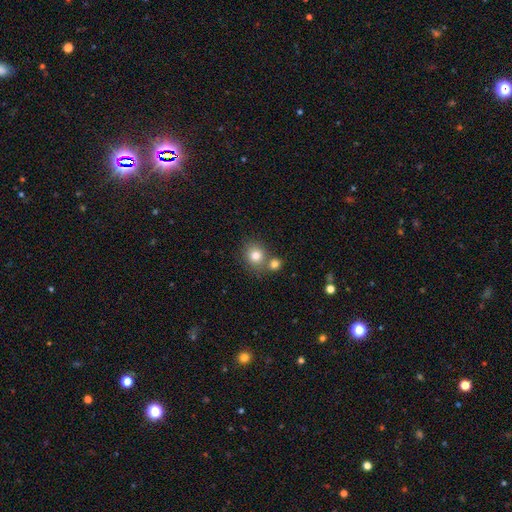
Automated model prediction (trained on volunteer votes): smooth-or-featured: smooth: 80% | star or artifact: 11% | featured or disk: 9%
  how-rounded: round: 79% | in between: 20% | cigar-shaped: 1%
  merging: none: 59% | merger: 29% | minor disturbance: 9% | major disturbance: 3%